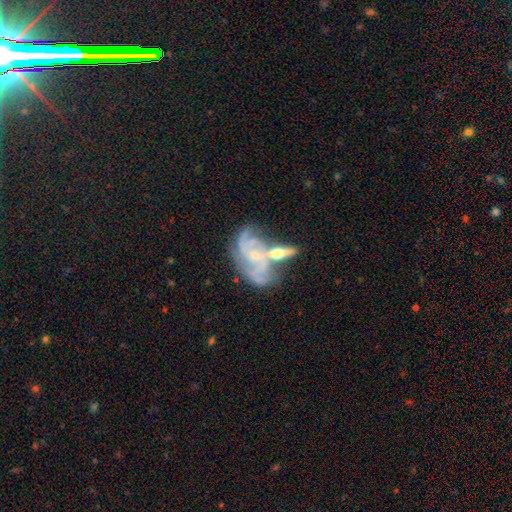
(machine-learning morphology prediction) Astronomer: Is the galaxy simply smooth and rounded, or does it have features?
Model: featured or disk — 83%.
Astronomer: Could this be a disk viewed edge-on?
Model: no — 95%.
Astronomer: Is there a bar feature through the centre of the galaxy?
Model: no — 60%.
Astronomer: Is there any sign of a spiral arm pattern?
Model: yes — 94%.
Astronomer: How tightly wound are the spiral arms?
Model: medium — 43% (runner-up: tight, 42%).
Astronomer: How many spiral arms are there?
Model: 3 — 31% (runner-up: 2, 30%).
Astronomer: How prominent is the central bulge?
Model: small — 65%.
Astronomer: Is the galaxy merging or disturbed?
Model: merger — 41% (runner-up: none, 33%).